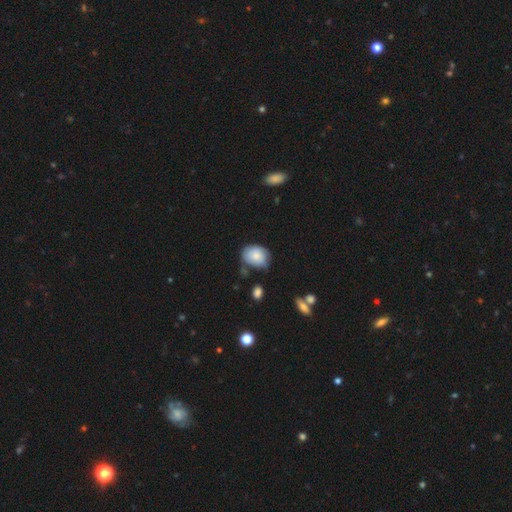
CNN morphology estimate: This is likely a smooth galaxy (76%). How rounded: likely in between (62%). Merging: possibly none (54%).